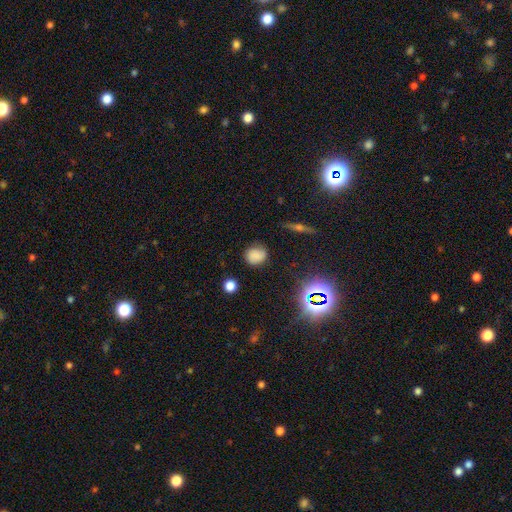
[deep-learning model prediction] smooth 74%, star or artifact 16%, featured or disk 10%. Down the decision tree: how rounded — round (70%); merging — none (77%).